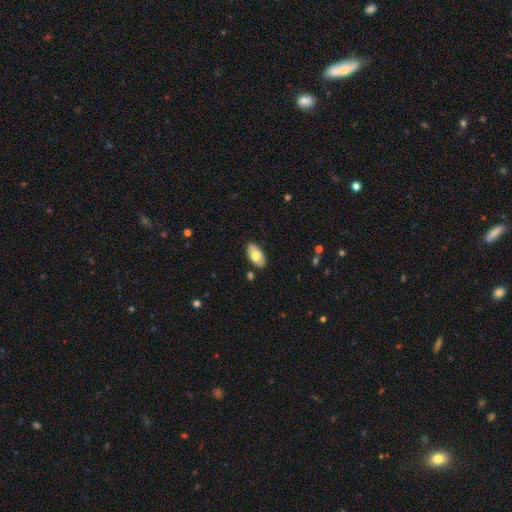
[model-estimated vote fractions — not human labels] smooth_or_featured: smooth (p=0.66) [alt: featured or disk p=0.28]
how_rounded: in between (p=0.94) [alt: round p=0.03]
merging: none (p=0.86) [alt: minor disturbance p=0.10]